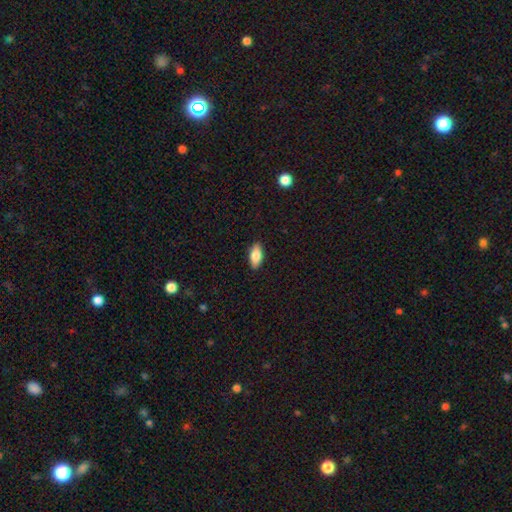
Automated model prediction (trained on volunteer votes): Q: Smooth or featured?
A: smooth (79%); runner-up: featured or disk (14%)
Q: How rounded?
A: in between (88%); runner-up: cigar-shaped (9%)
Q: Merging?
A: none (89%); runner-up: minor disturbance (8%)